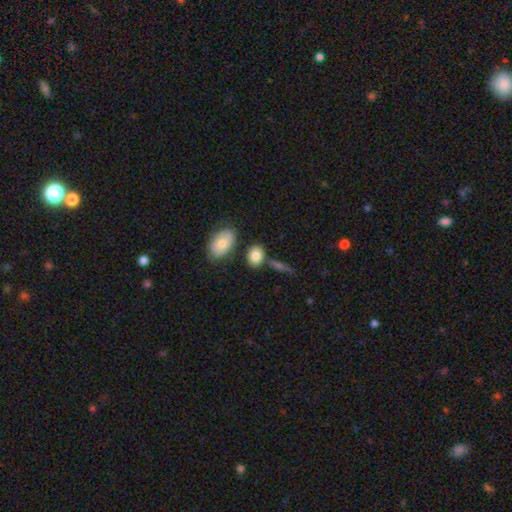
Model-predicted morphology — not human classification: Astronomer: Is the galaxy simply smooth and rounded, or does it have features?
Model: smooth — 81%.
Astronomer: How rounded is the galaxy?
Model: in between — 70%.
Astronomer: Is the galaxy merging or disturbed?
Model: none — 70%.